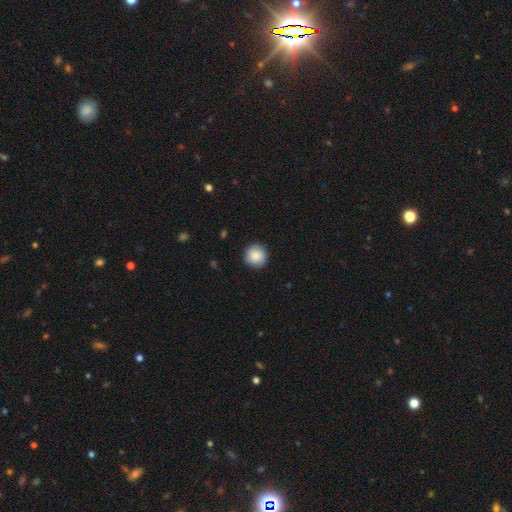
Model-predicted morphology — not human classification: Smooth or featured?
  - smooth: 86% *
  - star or artifact: 7%
  - featured or disk: 7%
How rounded?
  - round: 95% *
  - in between: 4%
  - cigar-shaped: 1%
Merging?
  - none: 90% *
  - minor disturbance: 7%
  - major disturbance: 2%
  - merger: 1%